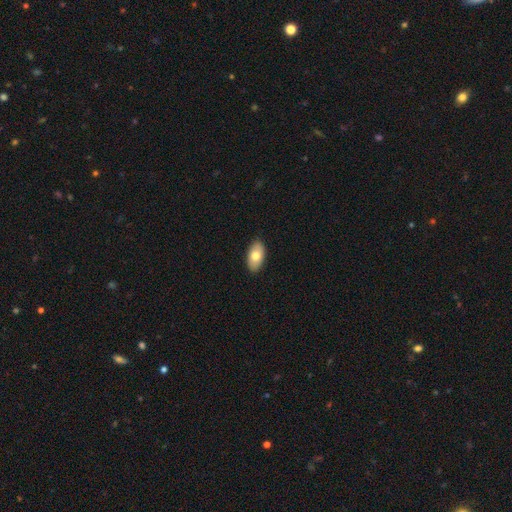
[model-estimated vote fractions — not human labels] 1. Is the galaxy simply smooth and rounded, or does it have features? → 75% smooth, 19% featured or disk, 6% star or artifact.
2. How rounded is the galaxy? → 94% in between, 4% round, 2% cigar-shaped.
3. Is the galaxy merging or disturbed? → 89% none, 8% minor disturbance, 2% major disturbance, 1% merger.